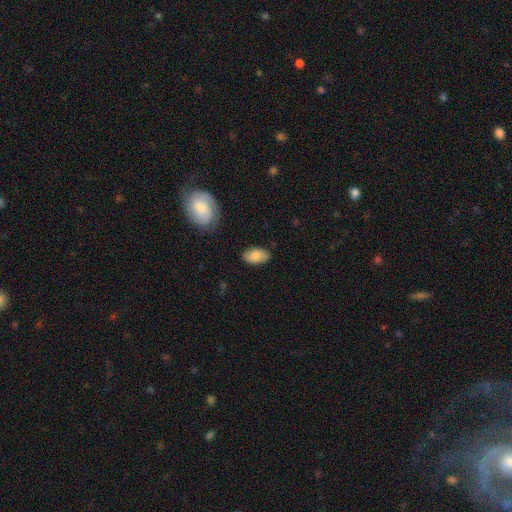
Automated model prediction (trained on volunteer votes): Smooth or featured? smooth (79%)
How rounded? in between (93%)
Merging? none (81%)